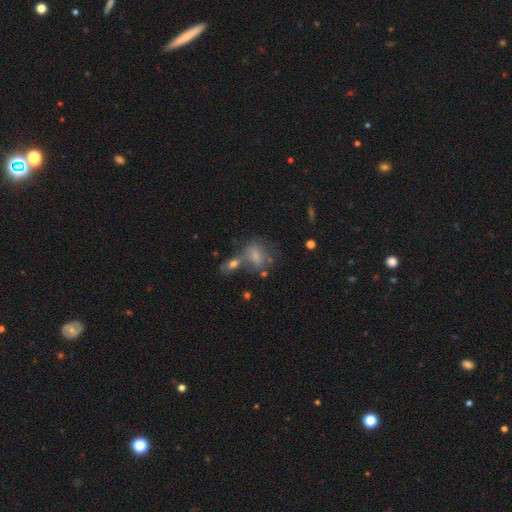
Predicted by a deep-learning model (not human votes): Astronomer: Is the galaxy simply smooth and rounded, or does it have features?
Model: smooth — 65%.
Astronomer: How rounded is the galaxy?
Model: in between — 65%.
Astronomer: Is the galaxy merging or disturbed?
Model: merger — 37% (runner-up: none, 33%).